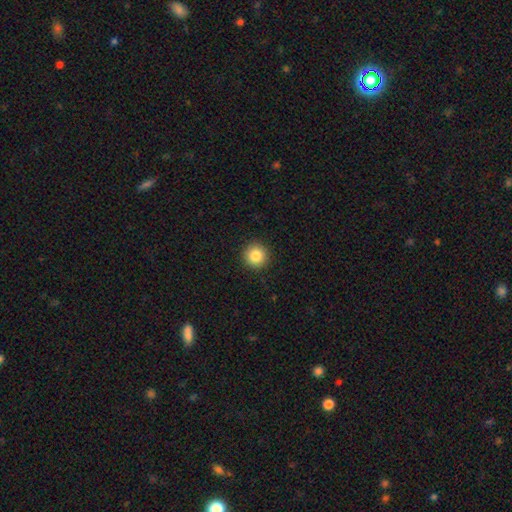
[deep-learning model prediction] Smooth or featured: smooth — 85% (star or artifact — 10%)
How rounded: round — 95% (in between — 4%)
Merging: none — 92% (minor disturbance — 5%)